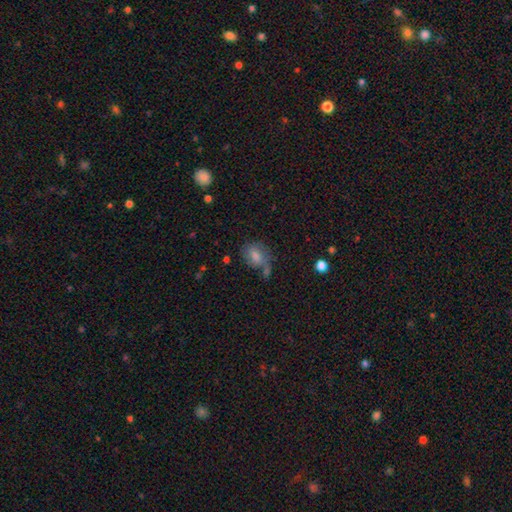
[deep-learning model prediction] This appears to be a smooth galaxy with no disk features (65%) that is in between round and cigar-shaped (55%). Merging: none (58%).